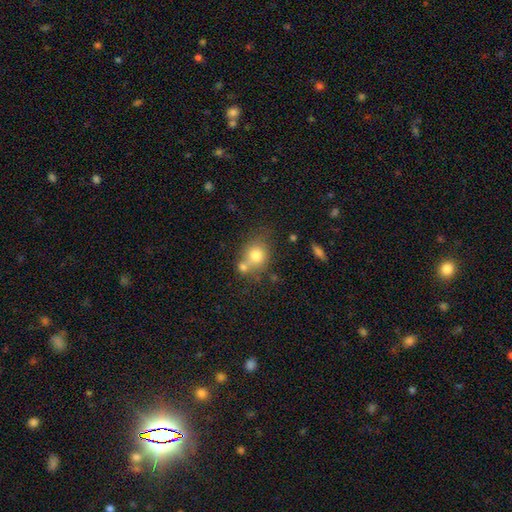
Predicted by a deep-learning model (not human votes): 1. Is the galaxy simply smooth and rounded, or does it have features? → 77% smooth, 13% featured or disk, 10% star or artifact.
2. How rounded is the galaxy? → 65% round, 34% in between, 1% cigar-shaped.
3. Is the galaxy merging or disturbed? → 46% none, 33% merger, 15% minor disturbance, 6% major disturbance.